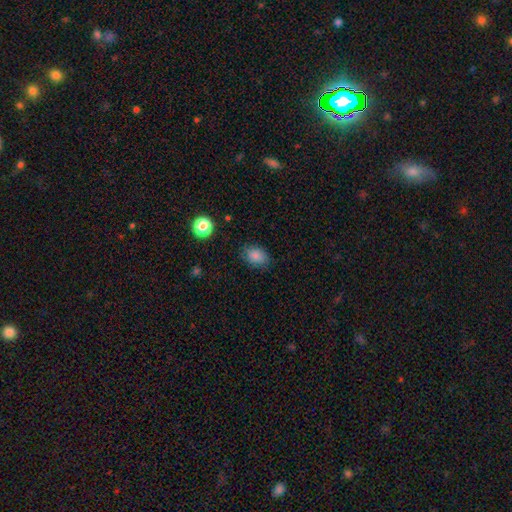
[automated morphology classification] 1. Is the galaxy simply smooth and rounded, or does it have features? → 84% smooth, 10% star or artifact, 6% featured or disk.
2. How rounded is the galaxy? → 71% in between, 28% round, 1% cigar-shaped.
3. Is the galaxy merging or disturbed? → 79% none, 16% minor disturbance, 4% major disturbance, 1% merger.